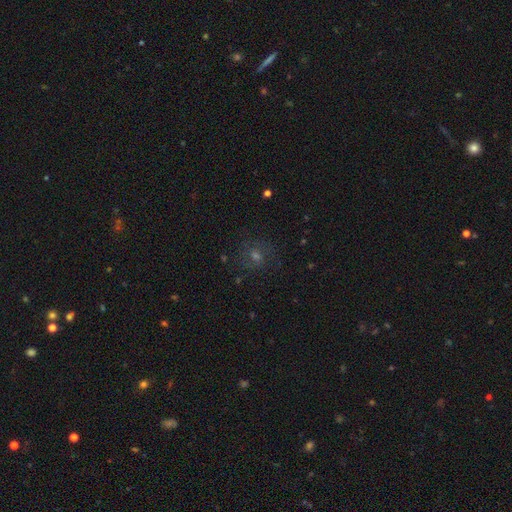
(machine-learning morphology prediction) Q: Smooth or featured?
A: smooth (34%); tied with: star or artifact (34%)
Q: Merging?
A: none (78%); runner-up: minor disturbance (13%)